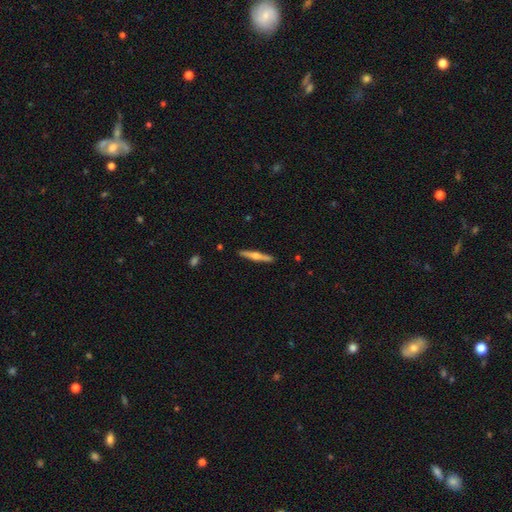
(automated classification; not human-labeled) Overall: featured or disk (67%; smooth 28%). Edge-on disk: yes (98%). Edge-on bulge: rounded (89%). Merging: none (90%).